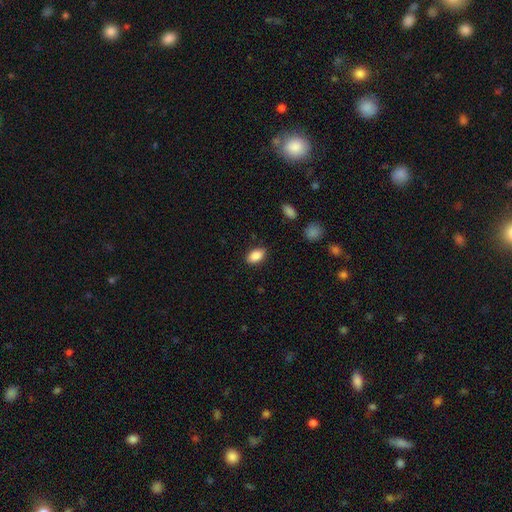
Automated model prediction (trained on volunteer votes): This appears to be a smooth galaxy with no disk features (88%) that is in between round and cigar-shaped (91%). Merging: none (86%).